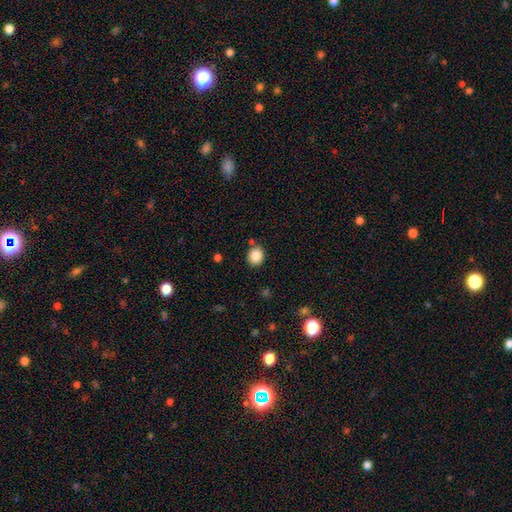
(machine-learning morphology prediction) smooth 86%, star or artifact 10%, featured or disk 4%. Down the decision tree: how rounded — round (69%); merging — none (83%).